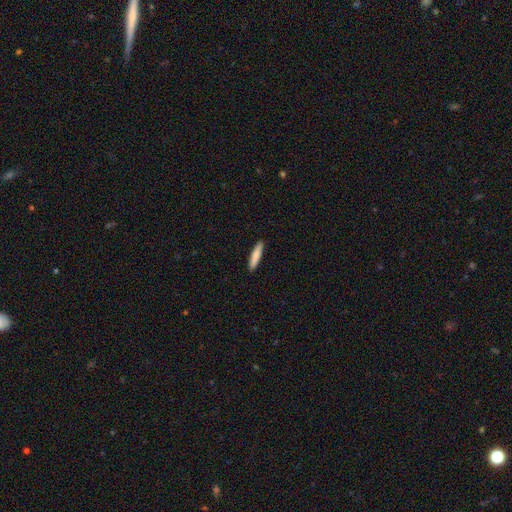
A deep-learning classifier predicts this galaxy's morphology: smooth 83%, featured or disk 11%, star or artifact 5%. Down the decision tree: how rounded — cigar-shaped (84%); merging — none (92%).